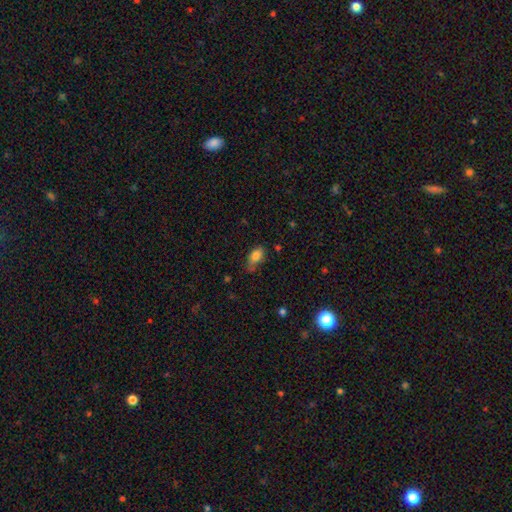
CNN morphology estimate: Q: Smooth or featured?
A: smooth (80%); runner-up: featured or disk (10%)
Q: How rounded?
A: in between (88%); runner-up: round (7%)
Q: Merging?
A: none (55%); runner-up: minor disturbance (33%)